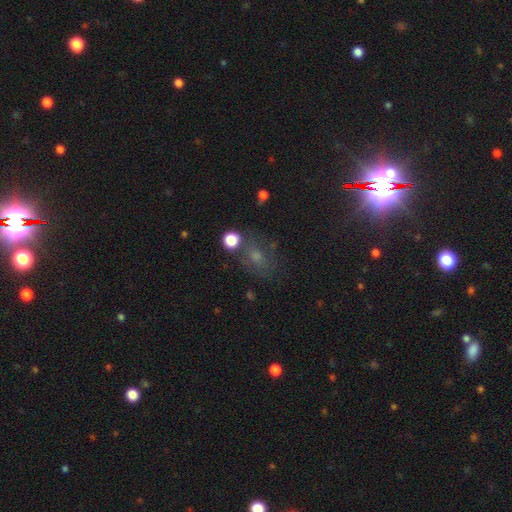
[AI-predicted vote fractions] This is marginally a star or artifact rather than a galaxy (40%).